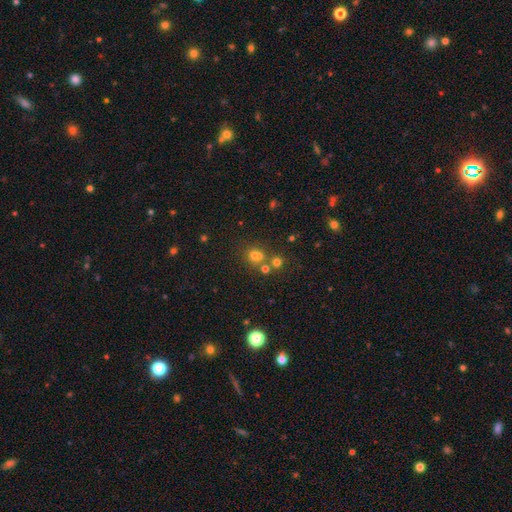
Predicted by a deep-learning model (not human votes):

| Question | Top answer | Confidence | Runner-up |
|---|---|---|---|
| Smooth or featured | smooth | 63% | star or artifact (25%) |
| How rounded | round | 73% | in between (26%) |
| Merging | none | 53% | merger (33%) |